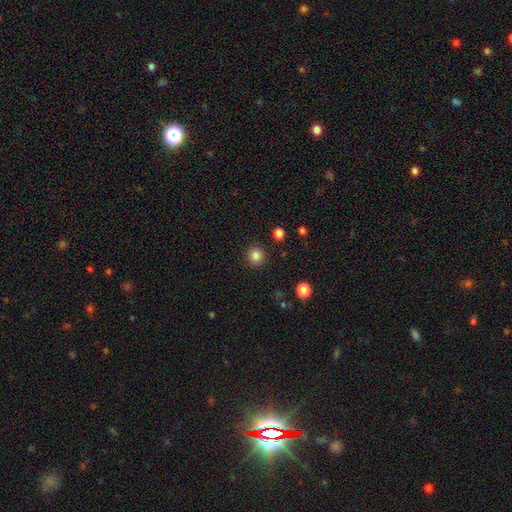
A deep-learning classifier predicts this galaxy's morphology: A smooth galaxy with no disk features (84%) that is round (94%). Merging: none (91%).